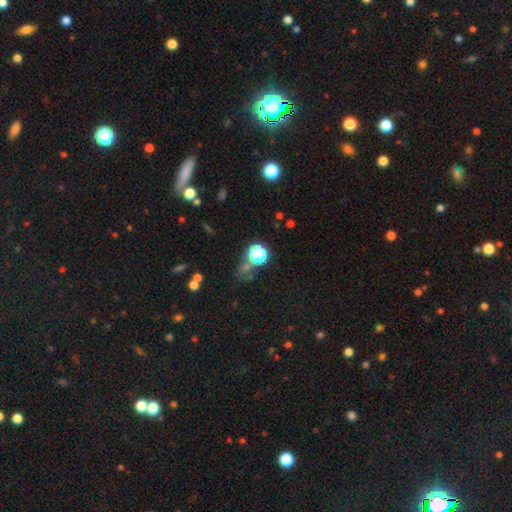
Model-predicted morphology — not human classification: star or artifact 49%, smooth 42%, featured or disk 9%.